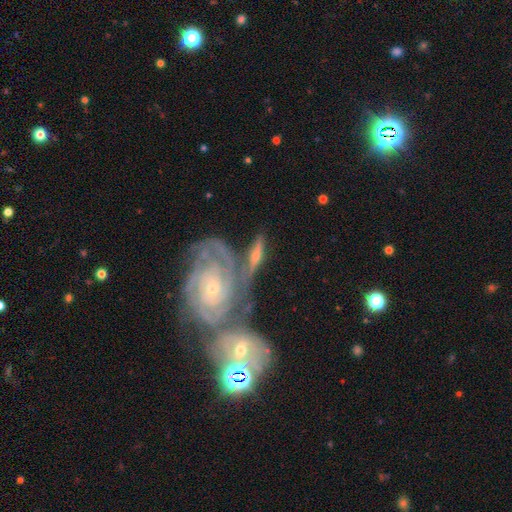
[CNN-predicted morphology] Smooth or featured?
  - featured or disk: 71% *
  - smooth: 23%
  - star or artifact: 7%
Edge-on disk?
  - no: 66% *
  - yes: 34%
Merging?
  - none: 48% *
  - merger: 28%
  - minor disturbance: 16%
  - major disturbance: 8%